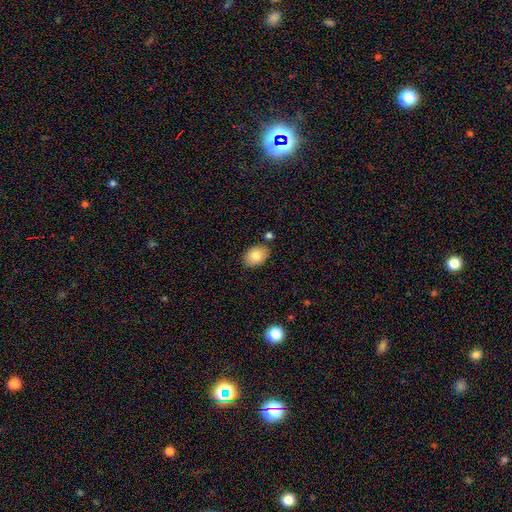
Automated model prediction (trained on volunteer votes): smooth 82%, featured or disk 10%, star or artifact 8%. Down the decision tree: how rounded — in between (79%); merging — none (82%).